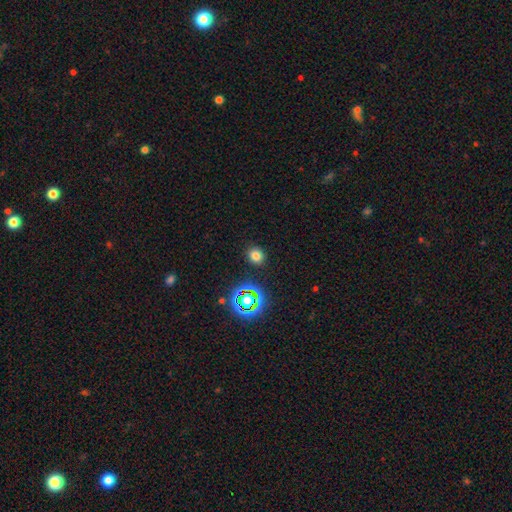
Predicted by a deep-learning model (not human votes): Overall: smooth (73%). How rounded: round (71%). Merging: none (89%).